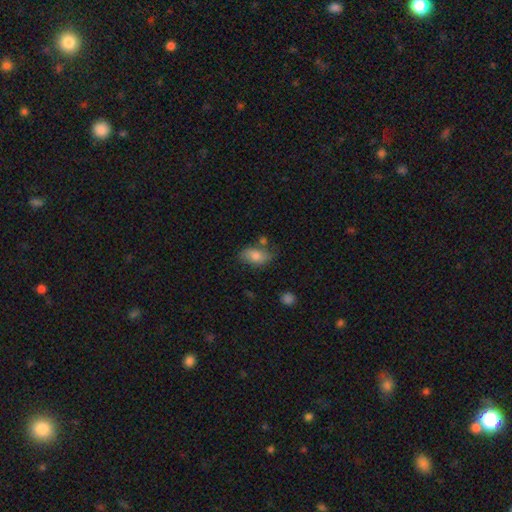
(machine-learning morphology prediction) Overall: smooth (77%). How rounded: in between (90%). Merging: none (61%; minor disturbance 23%).